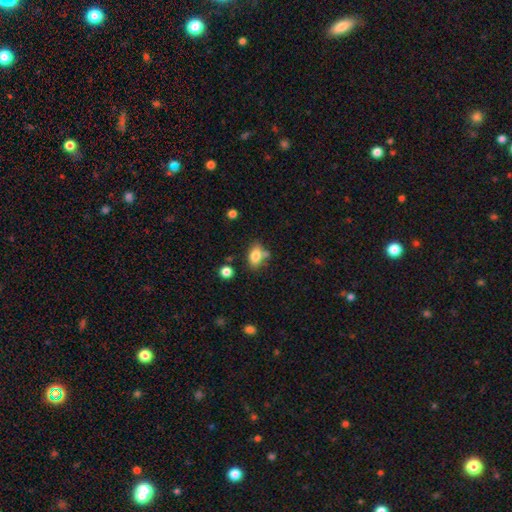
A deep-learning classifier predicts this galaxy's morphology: The model was most divided on "merging": none: 65%, minor disturbance: 16%, merger: 14%, major disturbance: 4%. More confident: how rounded — in between (85%); smooth or featured — smooth (81%).